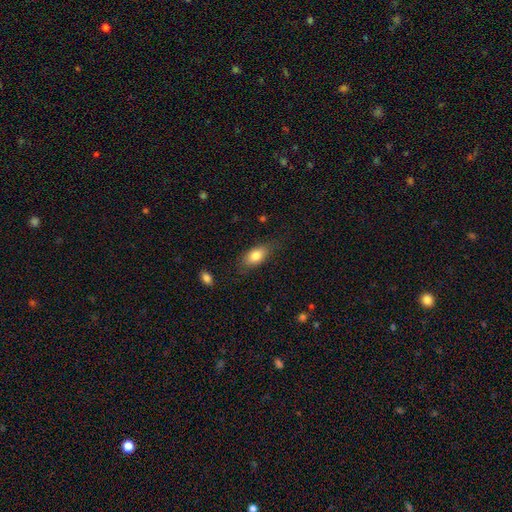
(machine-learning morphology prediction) Overall: smooth (81%). How rounded: in between (86%). Merging: none (76%).